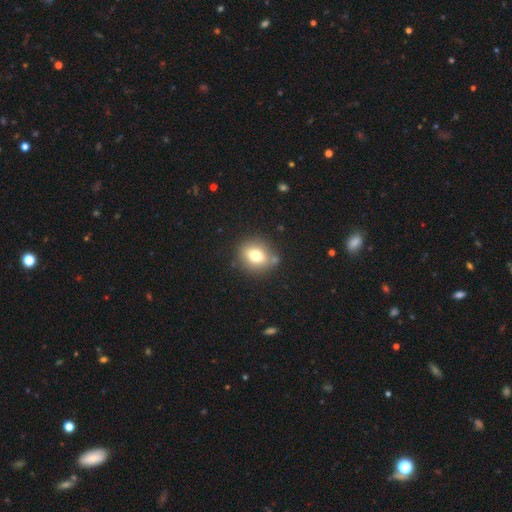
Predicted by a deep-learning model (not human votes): smooth 74%, featured or disk 15%, star or artifact 11%. Down the decision tree: how rounded — round (63%); merging — none (78%).